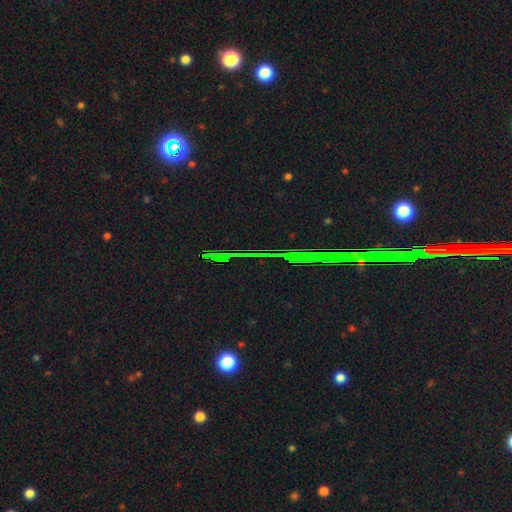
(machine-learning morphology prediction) Smooth or featured? Predicted: star or artifact (p=0.83).